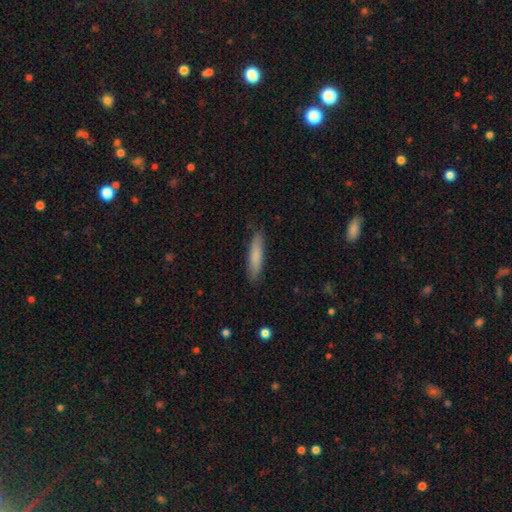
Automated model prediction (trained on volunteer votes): Overall: smooth (80%). How rounded: cigar-shaped (83%). Merging: none (86%).